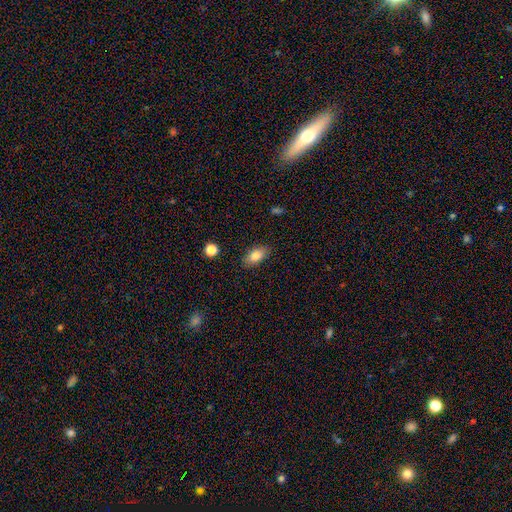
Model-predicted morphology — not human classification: type=smooth (83%); roundness=in between (90%); merging=none (86%).